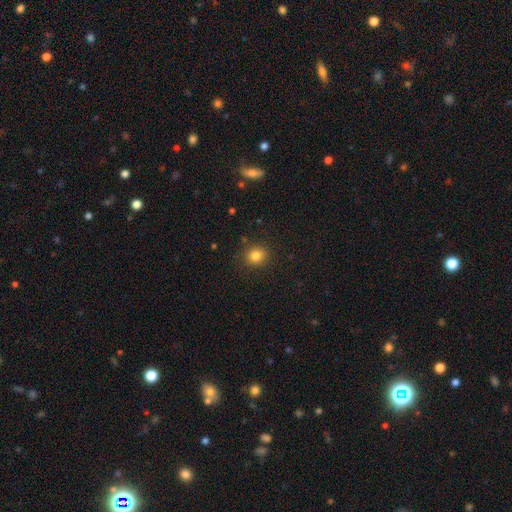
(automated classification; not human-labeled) smooth_or_featured: smooth (p=0.82) [alt: star or artifact p=0.12]
how_rounded: round (p=0.79) [alt: in between p=0.21]
merging: none (p=0.87) [alt: minor disturbance p=0.09]